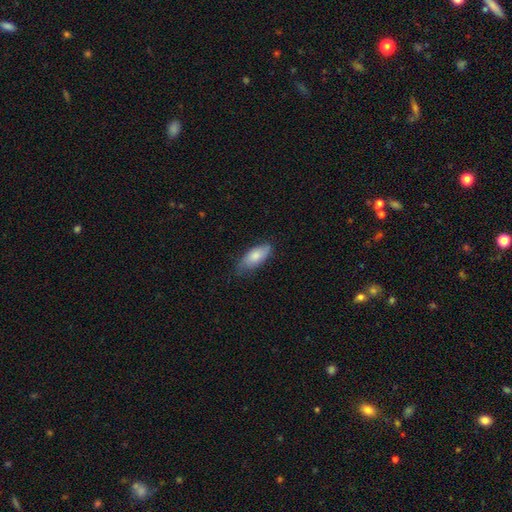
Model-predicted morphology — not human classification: The model was most divided on "merging": none: 67%, minor disturbance: 27%, major disturbance: 5%, merger: 1%. More confident: how rounded — in between (84%); smooth or featured — smooth (79%).